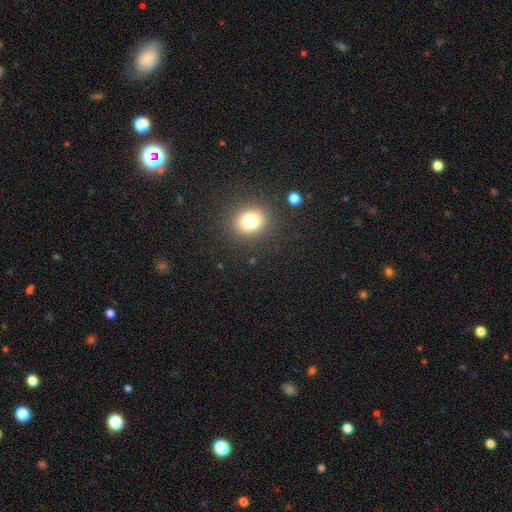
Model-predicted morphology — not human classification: Smooth or featured?
  - smooth: 66% *
  - star or artifact: 28%
  - featured or disk: 6%
How rounded?
  - round: 83% *
  - in between: 16%
  - cigar-shaped: 1%
Merging?
  - none: 91% *
  - minor disturbance: 5%
  - major disturbance: 2%
  - merger: 2%